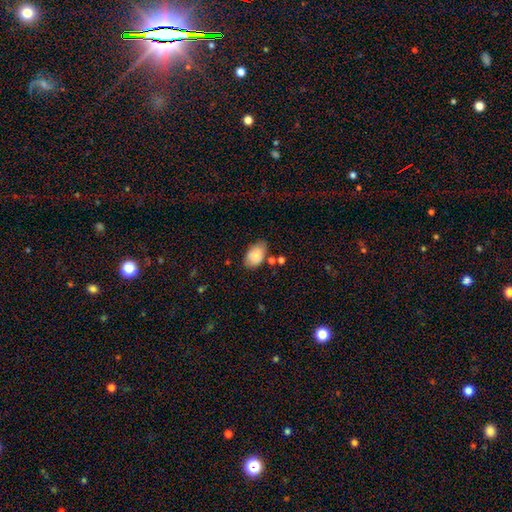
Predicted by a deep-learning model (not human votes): Q: Smooth or featured?
A: smooth (84%); runner-up: featured or disk (9%)
Q: How rounded?
A: in between (91%); runner-up: round (8%)
Q: Merging?
A: none (66%); runner-up: minor disturbance (23%)